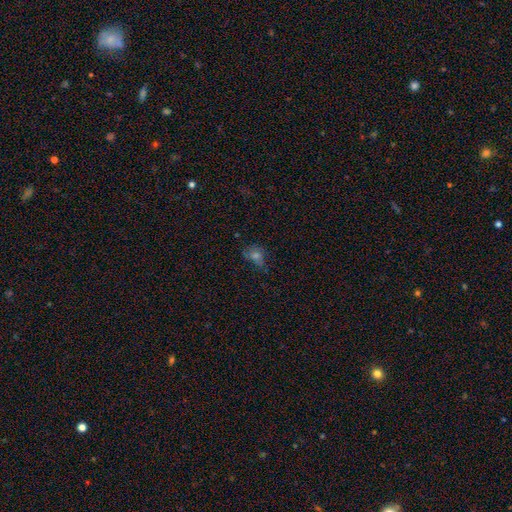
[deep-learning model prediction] A smooth galaxy with no disk features (53%) that is round (53%). Merging: none (51%).